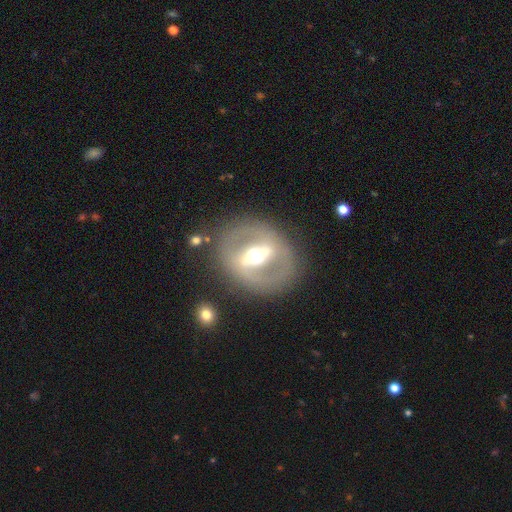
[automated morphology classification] Smooth or featured: featured or disk — 79% (smooth — 16%)
Edge-on disk: no — 89% (yes — 11%)
Bar: strong — 70% (weak — 21%)
Spiral arms: no — 59% (yes — 41%)
Bulge size: moderate — 68% (large — 20%)
Merging: none — 79% (minor disturbance — 11%)